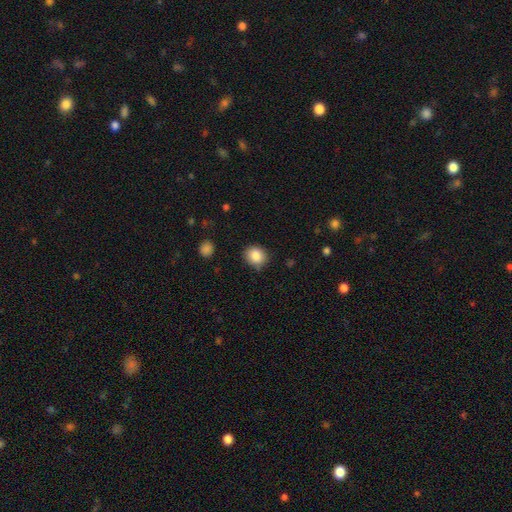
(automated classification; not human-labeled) This is clearly a smooth galaxy (86%). How rounded: likely round (74%). Merging: clearly none (83%).